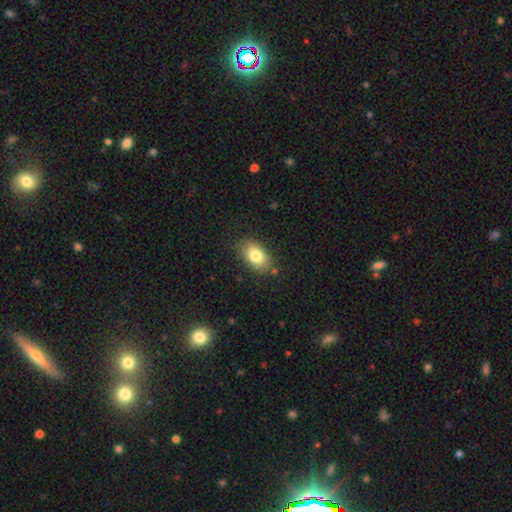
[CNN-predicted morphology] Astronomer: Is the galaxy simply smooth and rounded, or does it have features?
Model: smooth — 80%.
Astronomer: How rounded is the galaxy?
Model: in between — 88%.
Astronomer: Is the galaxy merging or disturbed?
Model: none — 82%.